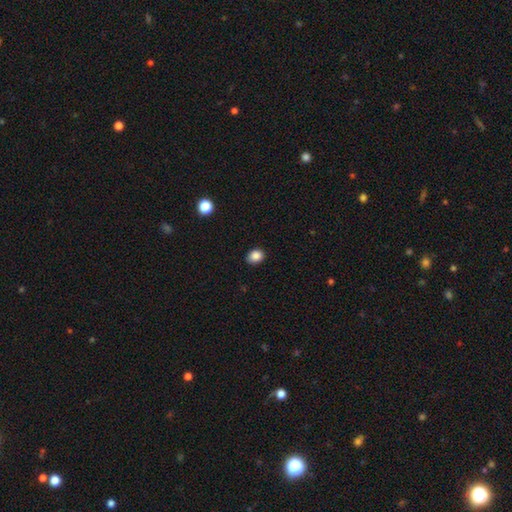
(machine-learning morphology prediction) A smooth galaxy with no disk features (87%) that is in between round and cigar-shaped (54%).

Vote fractions:
- Smooth or featured? smooth: 87% / star or artifact: 10% / featured or disk: 4%
- How rounded? in between: 54% / round: 46% / cigar-shaped: 1%
- Merging? none: 88% / minor disturbance: 9% / major disturbance: 2% / merger: 1%